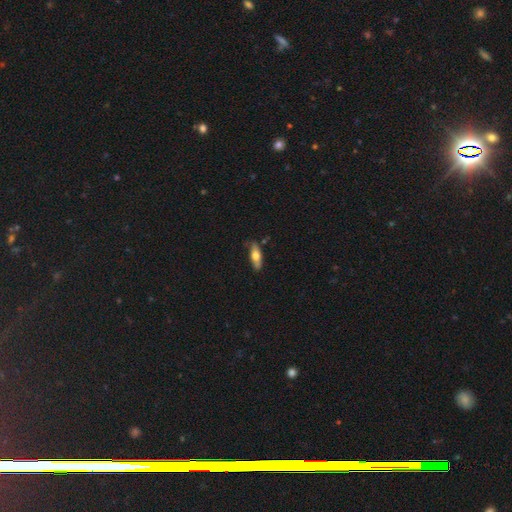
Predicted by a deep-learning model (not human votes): Morphology: type=smooth (64%); roundness=in between (55%); merging=none (76%).